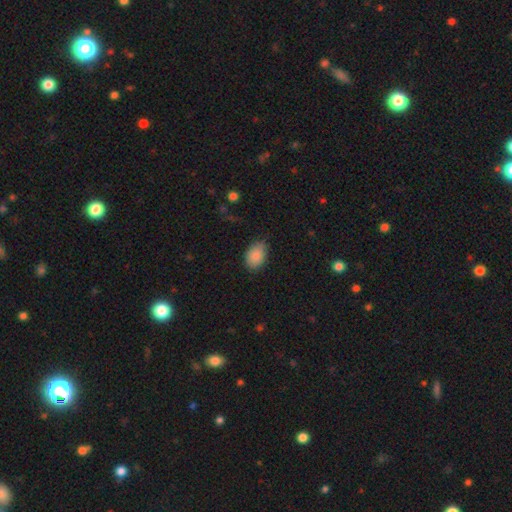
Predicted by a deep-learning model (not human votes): A smooth galaxy with no disk features (87%) that is in between round and cigar-shaped (86%).

Vote fractions:
- Smooth or featured? smooth: 87% / star or artifact: 7% / featured or disk: 5%
- How rounded? in between: 86% / round: 13% / cigar-shaped: 1%
- Merging? none: 78% / minor disturbance: 18% / major disturbance: 3% / merger: 1%